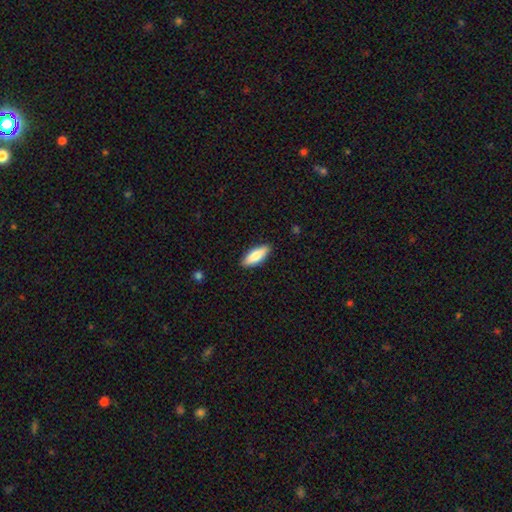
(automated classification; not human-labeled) Smooth or featured? Predicted: smooth (p=0.77). How rounded? Predicted: in between (p=0.62). Merging? Predicted: none (p=0.89).